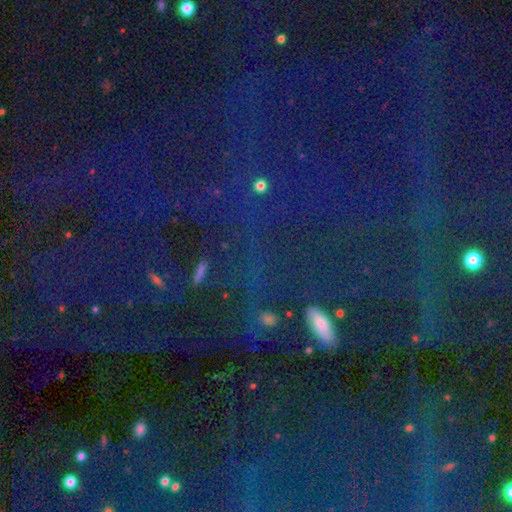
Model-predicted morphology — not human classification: smooth-or-featured: star or artifact: 72% | smooth: 18% | featured or disk: 10%